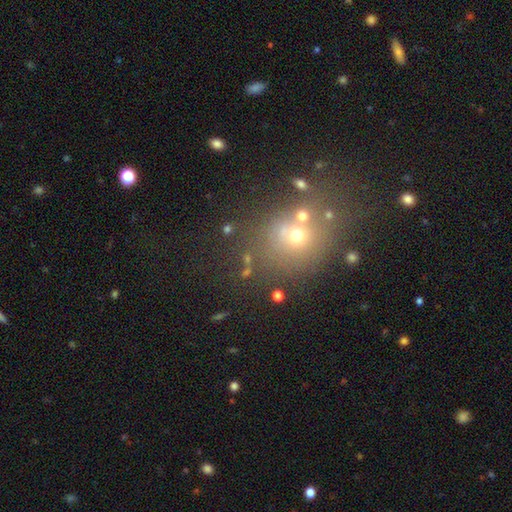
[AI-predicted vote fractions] Morphology: type=smooth (44%); merging=none (68%).